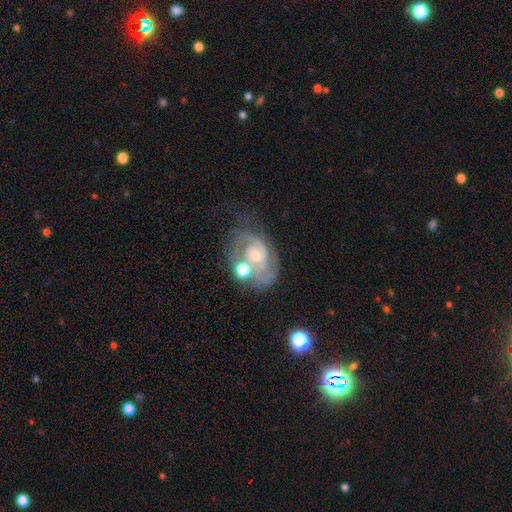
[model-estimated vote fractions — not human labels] Smooth or featured? Predicted: featured or disk (p=0.83). Edge-on disk? Predicted: no (p=0.97). Bar? Predicted: no (p=0.61). Spiral arms? Predicted: yes (p=0.94). Spiral winding? Predicted: tight (p=0.58). Spiral arm count? Predicted: 2 (p=0.60). Bulge size? Predicted: small (p=0.54). Merging? Predicted: none (p=0.55).